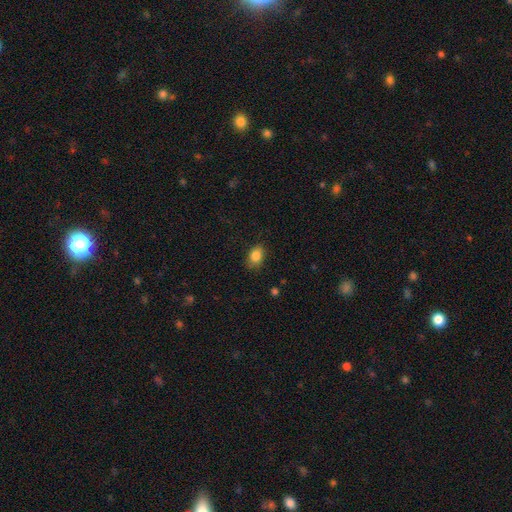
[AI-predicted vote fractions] Morphology: type=smooth (85%); roundness=in between (72%); merging=none (80%).